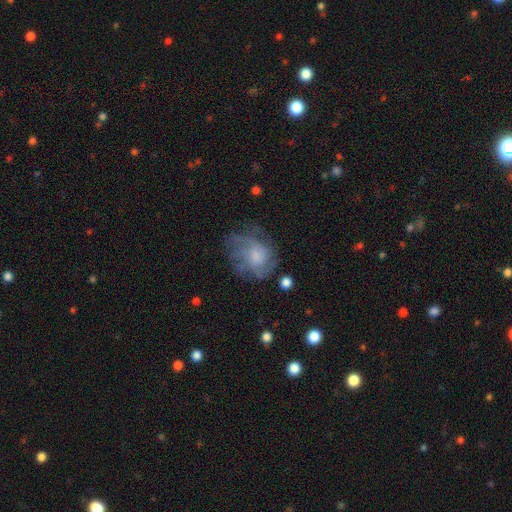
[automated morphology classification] smooth_or_featured: featured or disk (p=0.55) [alt: smooth p=0.34]
disk_edge_on: no (p=0.98) [alt: yes p=0.02]
bar: no (p=0.74) [alt: weak p=0.23]
has_spiral_arms: yes (p=0.70) [alt: no p=0.30]
bulge_size: small (p=0.32) [alt: moderate p=0.29]
merging: none (p=0.54) [alt: minor disturbance p=0.23]